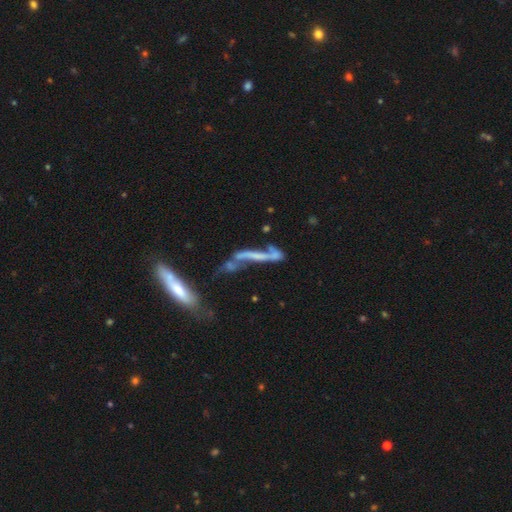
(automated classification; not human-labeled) This is likely a featured or disk galaxy (64%). It is possibly not viewed edge-on (60%). Merging: marginally merger (40%).